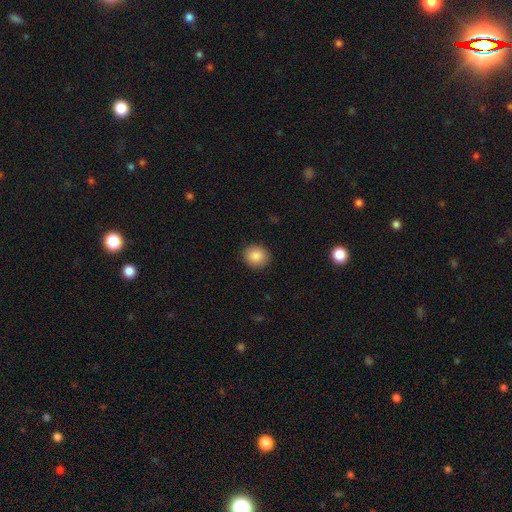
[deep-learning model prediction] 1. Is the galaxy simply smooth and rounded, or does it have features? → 87% smooth, 8% star or artifact, 5% featured or disk.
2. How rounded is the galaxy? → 77% round, 22% in between, 1% cigar-shaped.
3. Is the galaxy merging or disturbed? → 90% none, 7% minor disturbance, 2% major disturbance, 1% merger.